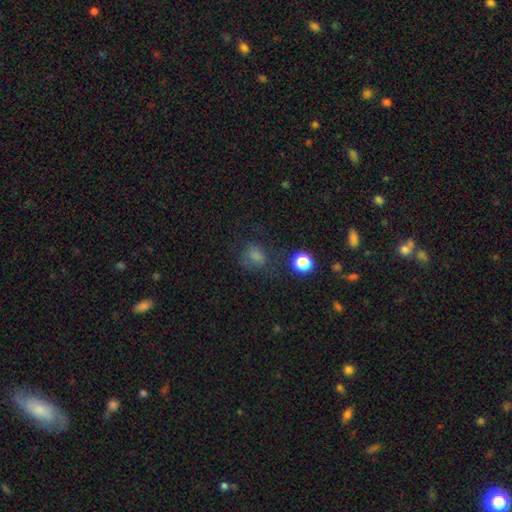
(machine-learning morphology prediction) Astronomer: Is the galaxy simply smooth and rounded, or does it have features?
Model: smooth — 64%.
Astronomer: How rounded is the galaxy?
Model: round — 60% (runner-up: in between, 38%).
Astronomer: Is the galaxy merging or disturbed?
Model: none — 65%.